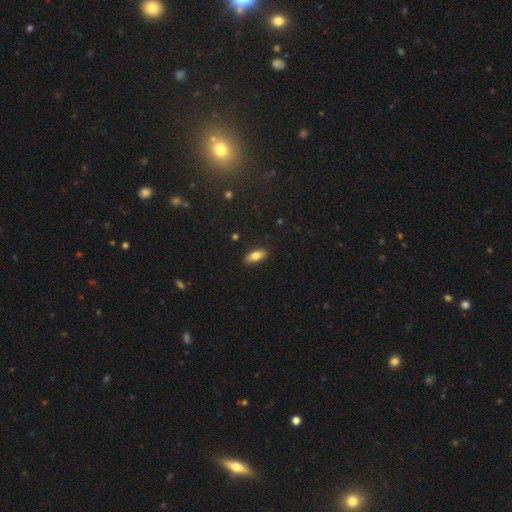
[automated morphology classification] Overall: smooth (79%). How rounded: in between (86%). Merging: none (88%).